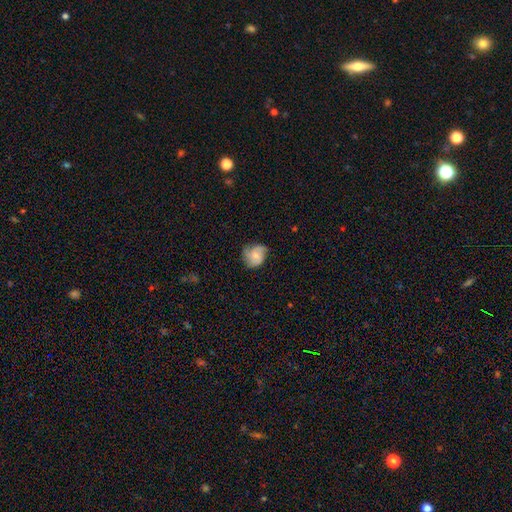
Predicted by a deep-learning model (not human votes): smooth-or-featured: featured or disk: 51% | smooth: 41% | star or artifact: 8%
  disk-edge-on: no: 97% | yes: 3%
    bar: no: 72% | weak: 23% | strong: 4%
    has-spiral-arms: yes: 87% | no: 13%
    bulge-size: small: 52% | moderate: 41% | none: 4% | large: 2% | dominant: 1%
  merging: none: 60% | minor disturbance: 29% | major disturbance: 9% | merger: 1%